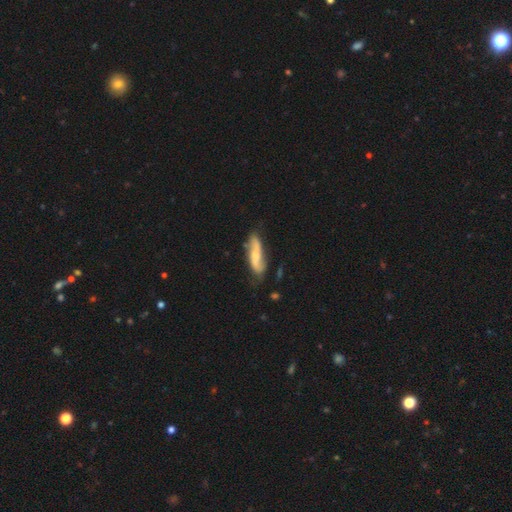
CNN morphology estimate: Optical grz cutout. It shows a featured or disk galaxy (60%). Merging: none (66%).